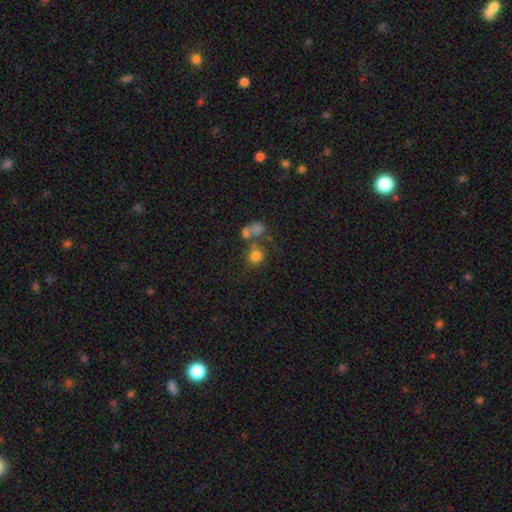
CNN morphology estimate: smooth_or_featured: smooth (p=0.76) [alt: star or artifact p=0.14]
how_rounded: round (p=0.83) [alt: in between p=0.16]
merging: none (p=0.55) [alt: merger p=0.27]